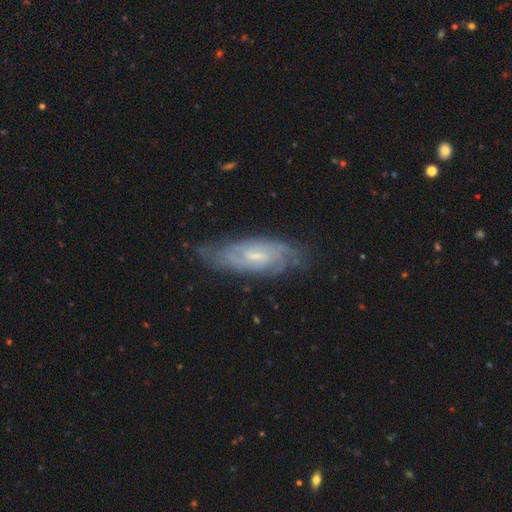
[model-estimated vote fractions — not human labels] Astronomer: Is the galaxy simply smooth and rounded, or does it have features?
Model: featured or disk — 79%.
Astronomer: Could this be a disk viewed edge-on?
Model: no — 88%.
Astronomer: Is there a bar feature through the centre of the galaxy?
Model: weak — 55% (runner-up: no, 31%).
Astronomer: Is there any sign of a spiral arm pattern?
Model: yes — 93%.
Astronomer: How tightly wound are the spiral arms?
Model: tight — 58% (runner-up: medium, 33%).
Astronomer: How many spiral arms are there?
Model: can't tell — 41% (runner-up: 2, 31%).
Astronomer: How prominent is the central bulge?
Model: small — 60%.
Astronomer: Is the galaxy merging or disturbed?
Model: none — 72%.